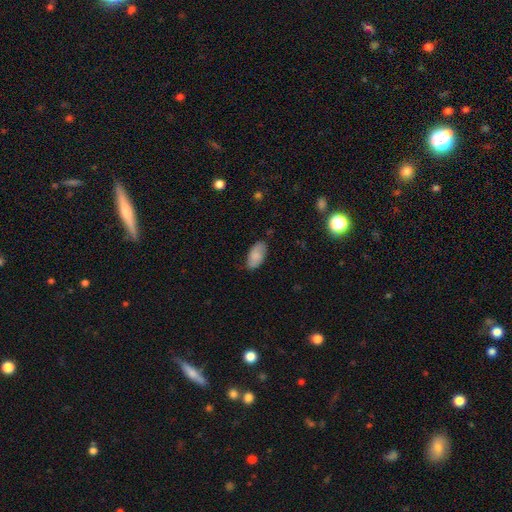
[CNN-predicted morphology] smooth-or-featured: smooth: 79% | featured or disk: 13% | star or artifact: 7%
  how-rounded: in between: 94% | cigar-shaped: 3% | round: 3%
  merging: none: 73% | minor disturbance: 22% | major disturbance: 4% | merger: 1%